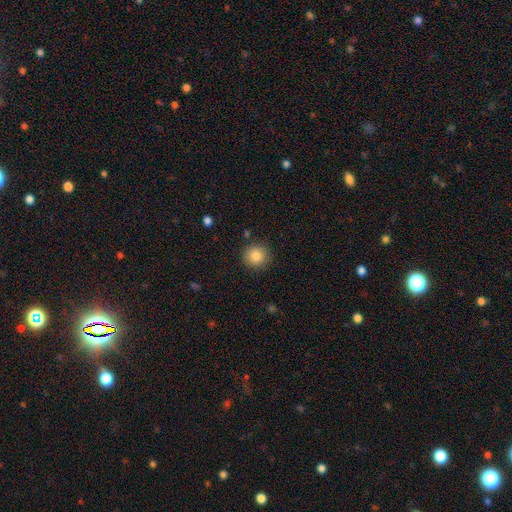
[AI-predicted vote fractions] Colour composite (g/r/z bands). It shows a smooth galaxy with no disk features (84%) that is round (92%). Merging: none (89%).